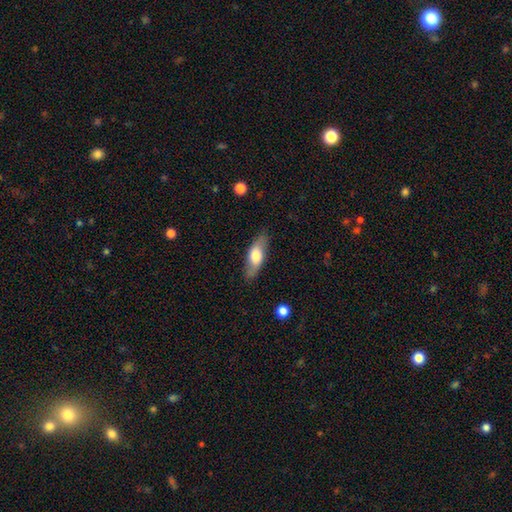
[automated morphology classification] Smooth or featured? Predicted: smooth (p=0.59). How rounded? Predicted: in between (p=0.62). Merging? Predicted: none (p=0.82).